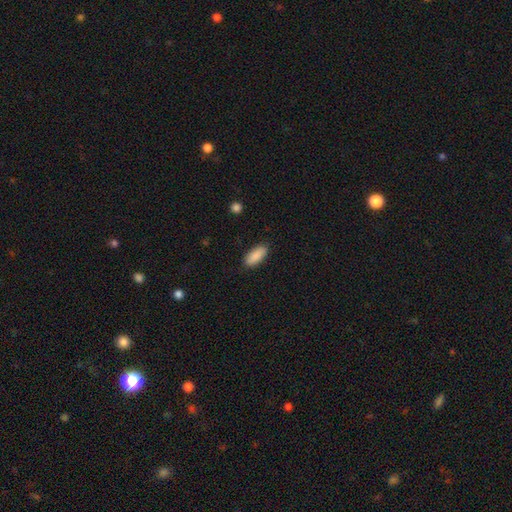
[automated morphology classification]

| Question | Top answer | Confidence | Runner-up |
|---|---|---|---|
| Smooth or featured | smooth | 89% | star or artifact (6%) |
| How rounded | in between | 85% | cigar-shaped (13%) |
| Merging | none | 88% | minor disturbance (9%) |